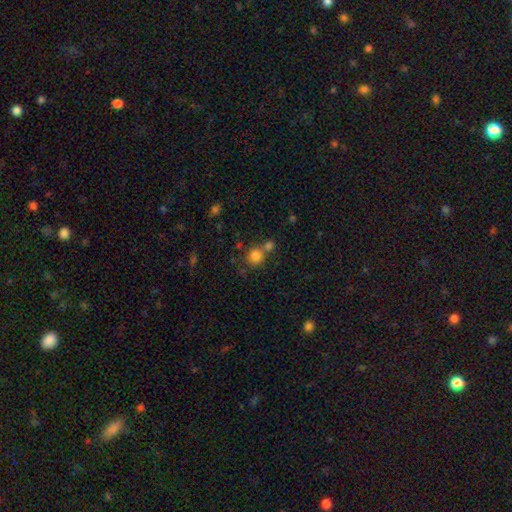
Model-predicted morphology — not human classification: smooth 81%, star or artifact 12%, featured or disk 7%. Down the decision tree: how rounded — round (88%); merging — none (57%).